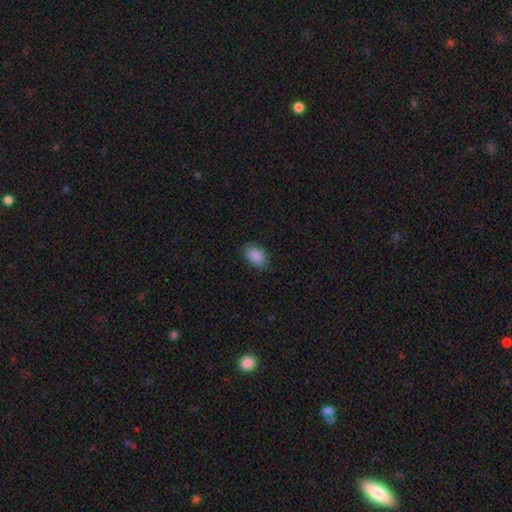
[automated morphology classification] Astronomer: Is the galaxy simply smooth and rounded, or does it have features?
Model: smooth — 89%.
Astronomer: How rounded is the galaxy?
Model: in between — 84%.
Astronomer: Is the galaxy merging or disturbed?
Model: none — 78%.